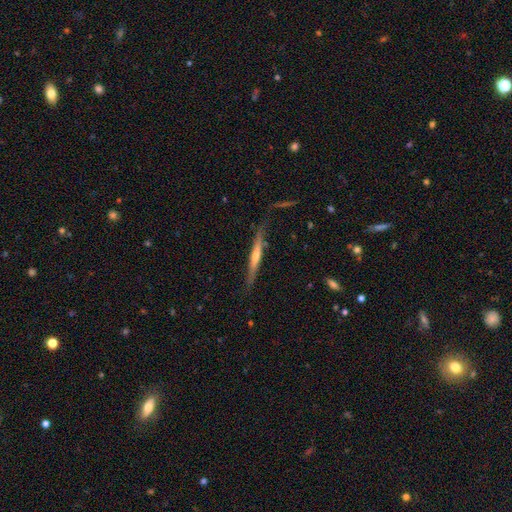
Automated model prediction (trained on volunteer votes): smooth-or-featured: featured or disk: 59% | smooth: 35% | star or artifact: 6%
  disk-edge-on: yes: 94% | no: 6%
    edge-on-bulge: rounded: 52% | none: 39% | boxy: 9%
  merging: none: 77% | minor disturbance: 17% | major disturbance: 4% | merger: 3%